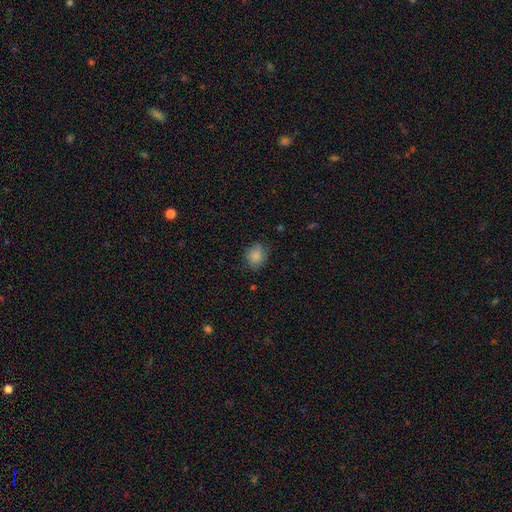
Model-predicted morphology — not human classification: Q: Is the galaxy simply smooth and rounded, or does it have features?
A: smooth — 85%.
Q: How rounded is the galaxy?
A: round — 61%.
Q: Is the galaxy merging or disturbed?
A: none — 77%.